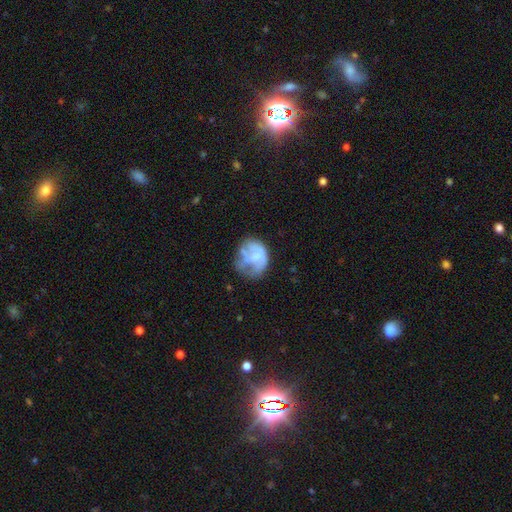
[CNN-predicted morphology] Overall: smooth (48%; featured or disk 43%). Merging: none (39%; major disturbance 29%).